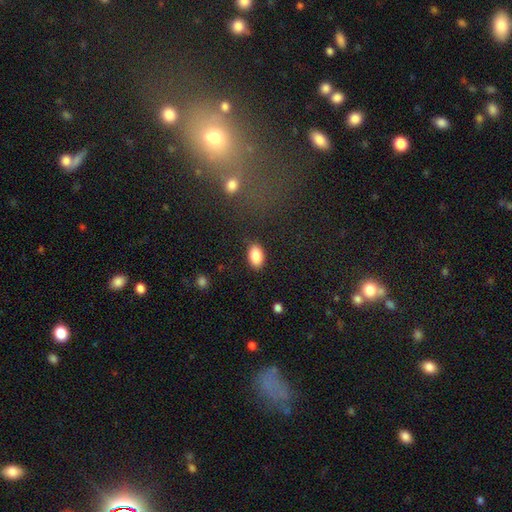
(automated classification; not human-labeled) Overall: smooth (88%). How rounded: in between (92%). Merging: none (86%).